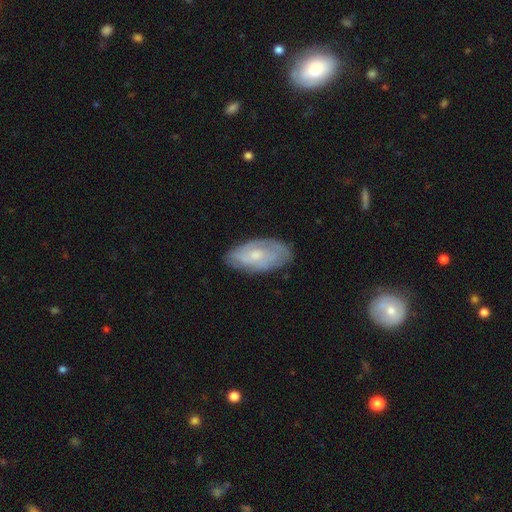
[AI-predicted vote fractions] Q: Smooth or featured?
A: featured or disk (57%); runner-up: smooth (36%)
Q: Edge-on disk?
A: no (92%); runner-up: yes (8%)
Q: Bar?
A: no (70%); runner-up: weak (26%)
Q: Spiral arms?
A: yes (71%); runner-up: no (29%)
Q: Bulge size?
A: moderate (46%); runner-up: small (43%)
Q: Merging?
A: none (73%); runner-up: minor disturbance (21%)